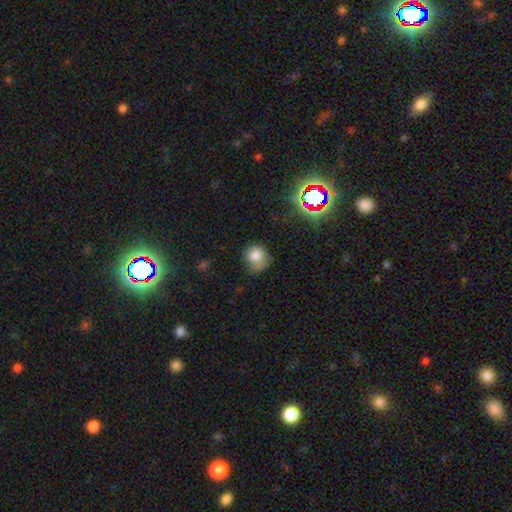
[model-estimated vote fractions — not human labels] The model was most divided on "merging": none: 50%, minor disturbance: 32%, major disturbance: 13%, merger: 4%. More confident: how rounded — round (82%); smooth or featured — smooth (79%).